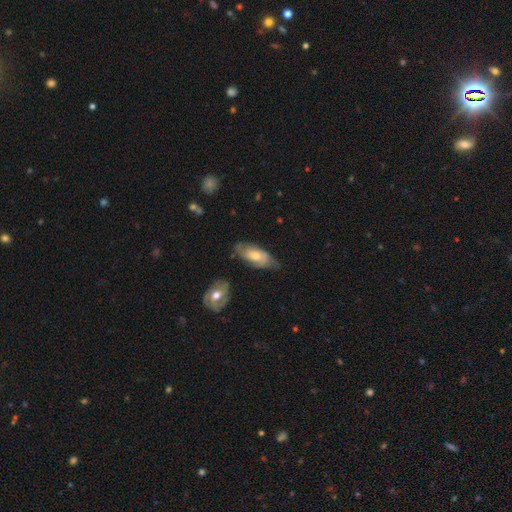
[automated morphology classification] This is possibly a featured or disk galaxy (49%). Merging: likely none (61%).